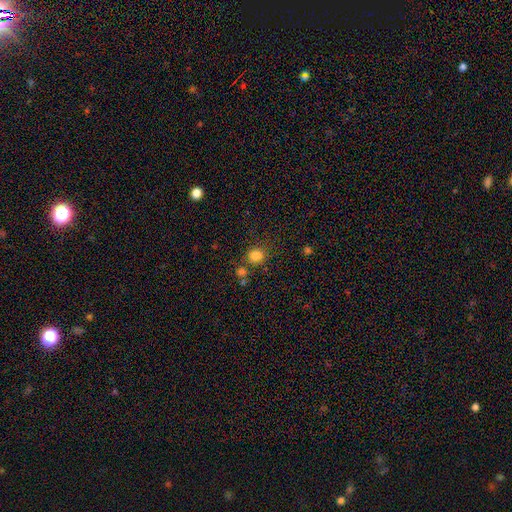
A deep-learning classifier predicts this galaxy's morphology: The model was most divided on "how rounded": round: 69%, in between: 30%, cigar-shaped: 1%. More confident: smooth or featured — smooth (81%); merging — none (69%).